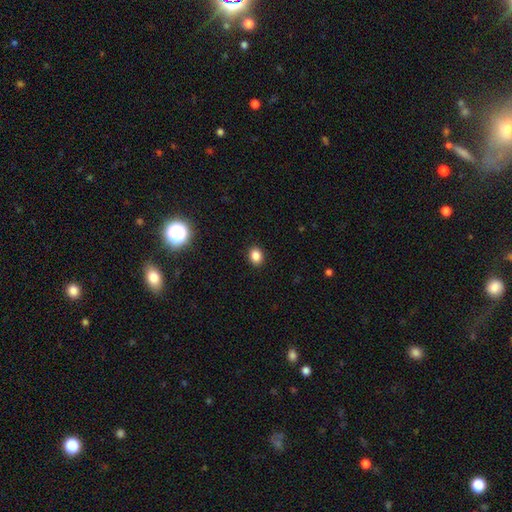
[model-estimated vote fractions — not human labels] Q: Smooth or featured?
A: smooth (85%); runner-up: star or artifact (12%)
Q: How rounded?
A: round (54%); runner-up: in between (45%)
Q: Merging?
A: none (91%); runner-up: minor disturbance (6%)